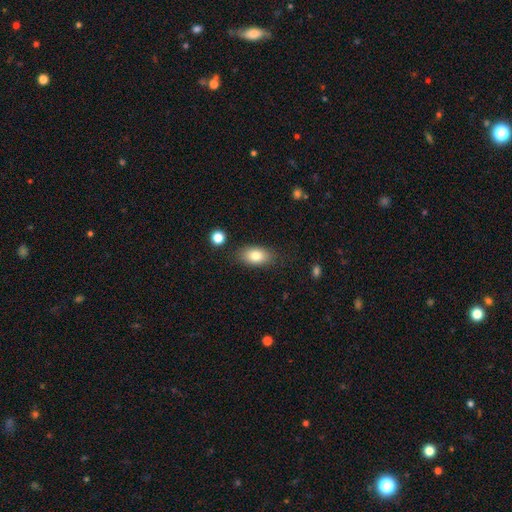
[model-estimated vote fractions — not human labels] A smooth galaxy with no disk features (81%) that is in between round and cigar-shaped (90%).

Vote fractions:
- Smooth or featured? smooth: 81% / featured or disk: 11% / star or artifact: 8%
- How rounded? in between: 90% / round: 7% / cigar-shaped: 3%
- Merging? none: 82% / minor disturbance: 12% / major disturbance: 3% / merger: 3%